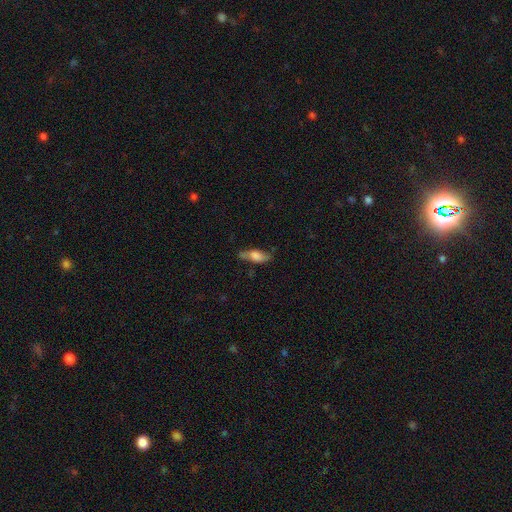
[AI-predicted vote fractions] A smooth galaxy with no disk features (64%) that is in between round and cigar-shaped (69%). Merging: none (58%).